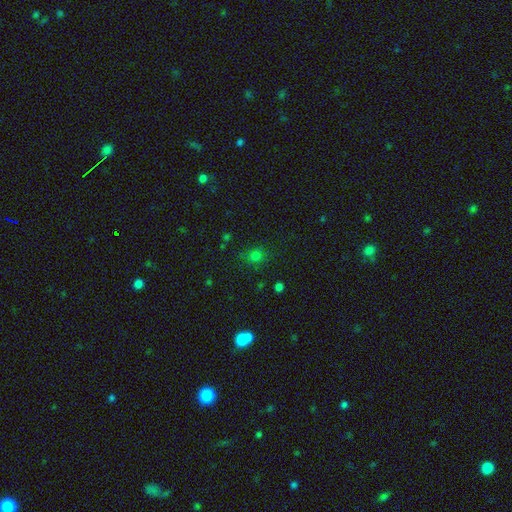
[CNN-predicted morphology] This appears to be a smooth galaxy with no disk features (73%) that is round (77%). Merging: none (81%).